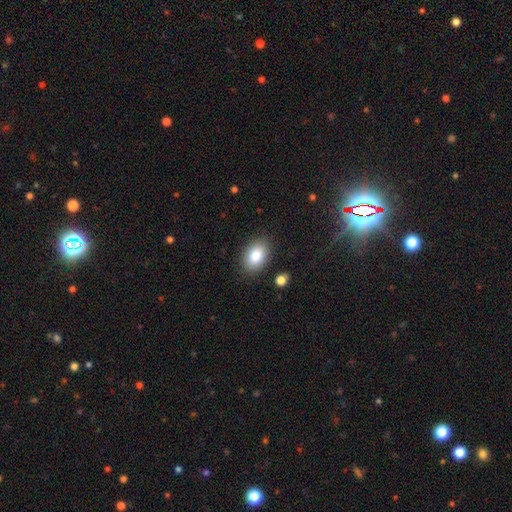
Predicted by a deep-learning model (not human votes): A smooth galaxy with no disk features (85%) that is in between round and cigar-shaped (88%). Merging: none (86%).